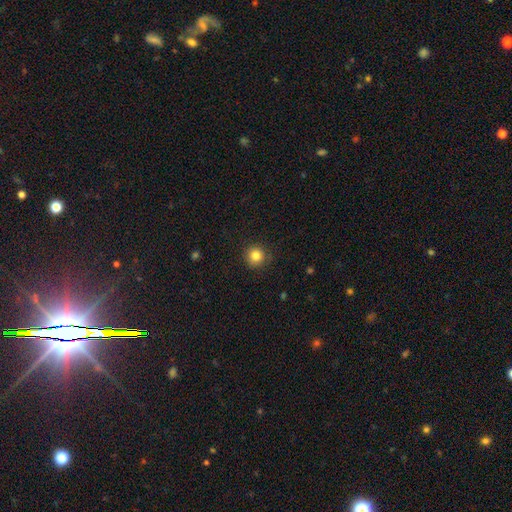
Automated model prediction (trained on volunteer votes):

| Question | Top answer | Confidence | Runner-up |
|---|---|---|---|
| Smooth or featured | smooth | 83% | star or artifact (11%) |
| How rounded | round | 94% | in between (5%) |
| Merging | none | 89% | minor disturbance (8%) |